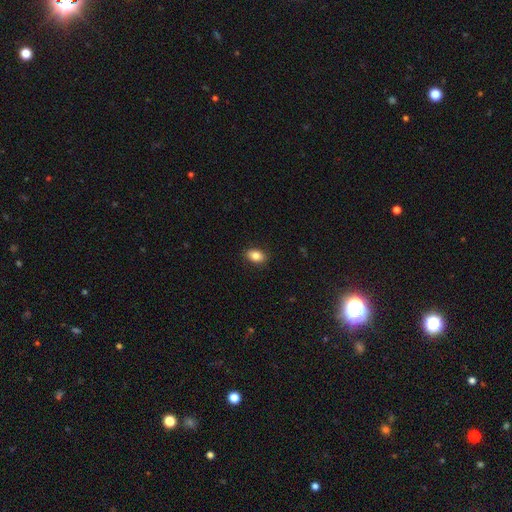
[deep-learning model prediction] Smooth or featured?
  - smooth: 85% *
  - star or artifact: 8%
  - featured or disk: 7%
How rounded?
  - in between: 85% *
  - round: 13%
  - cigar-shaped: 2%
Merging?
  - none: 88% *
  - minor disturbance: 9%
  - major disturbance: 2%
  - merger: 1%